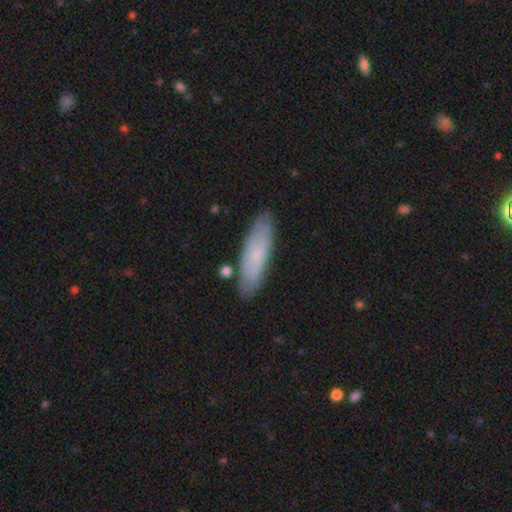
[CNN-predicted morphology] Q: Smooth or featured?
A: smooth (64%); runner-up: featured or disk (29%)
Q: How rounded?
A: cigar-shaped (57%); runner-up: in between (42%)
Q: Merging?
A: none (82%); runner-up: minor disturbance (13%)